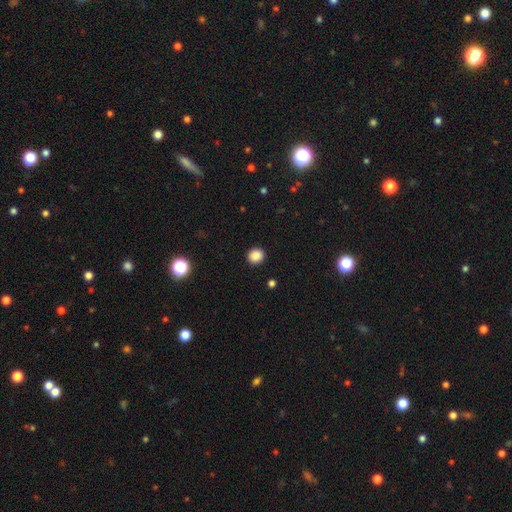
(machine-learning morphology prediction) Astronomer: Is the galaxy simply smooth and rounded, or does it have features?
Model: smooth — 87%.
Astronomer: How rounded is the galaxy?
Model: round — 87%.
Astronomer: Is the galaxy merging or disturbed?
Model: none — 92%.